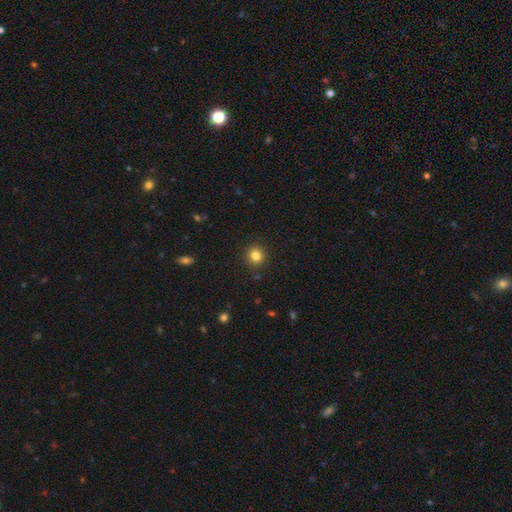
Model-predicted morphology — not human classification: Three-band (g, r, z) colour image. It shows a smooth galaxy with no disk features (82%) that is round (91%). Merging: none (91%).